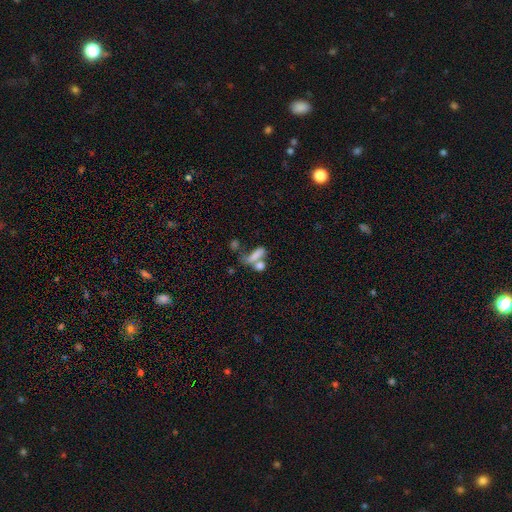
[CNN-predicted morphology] type=smooth (70%); roundness=in between (53%); merging=merger (49%).